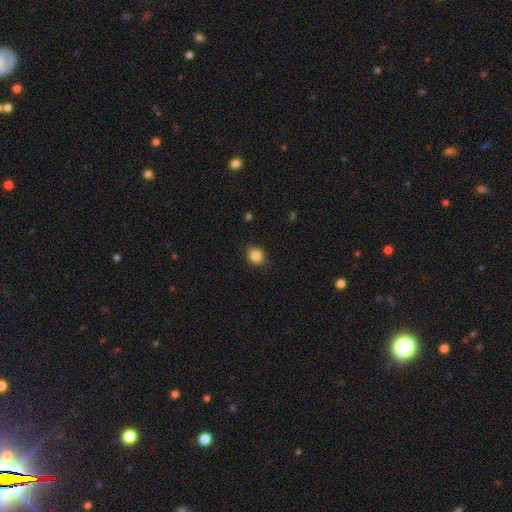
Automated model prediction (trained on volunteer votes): The model was most divided on "how rounded": round: 71%, in between: 28%, cigar-shaped: 1%. More confident: smooth or featured — smooth (86%); merging — none (85%).